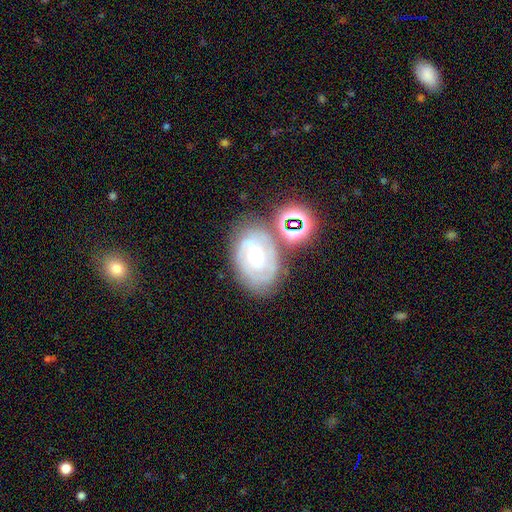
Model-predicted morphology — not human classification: Smooth or featured? featured or disk (78%)
Edge-on disk? no (97%)
Bar? no (62%)
Spiral arms? yes (93%)
Spiral winding? tight (67%)
Spiral arm count? 2 (37%)
Bulge size? small (57%)
Merging? none (64%)